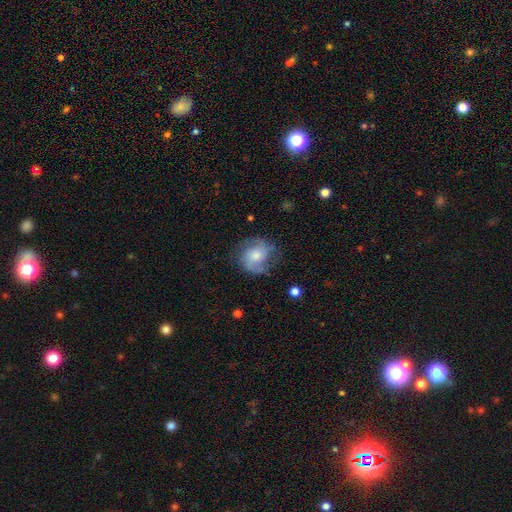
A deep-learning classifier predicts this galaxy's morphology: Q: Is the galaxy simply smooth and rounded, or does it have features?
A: featured or disk — 67%.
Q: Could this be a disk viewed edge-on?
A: no — 98%.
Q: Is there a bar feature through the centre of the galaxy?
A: no — 64%.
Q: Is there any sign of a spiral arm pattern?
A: yes — 91%.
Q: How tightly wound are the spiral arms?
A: medium — 47%.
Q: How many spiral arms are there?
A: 2 — 67%.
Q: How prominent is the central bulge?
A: moderate — 49%.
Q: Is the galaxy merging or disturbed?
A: none — 66%.